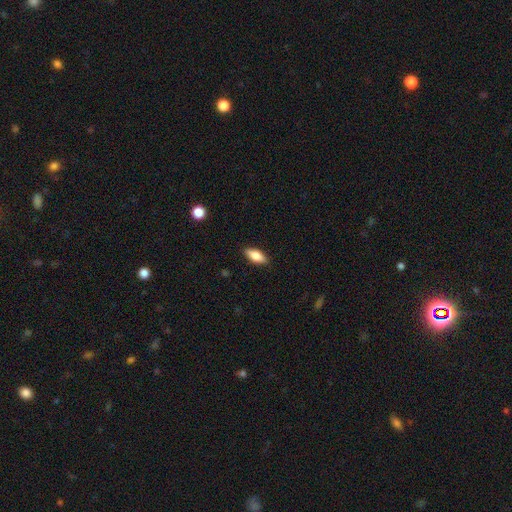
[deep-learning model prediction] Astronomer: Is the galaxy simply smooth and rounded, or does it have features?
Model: smooth — 80%.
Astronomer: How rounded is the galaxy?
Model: in between — 82%.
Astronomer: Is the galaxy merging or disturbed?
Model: none — 88%.